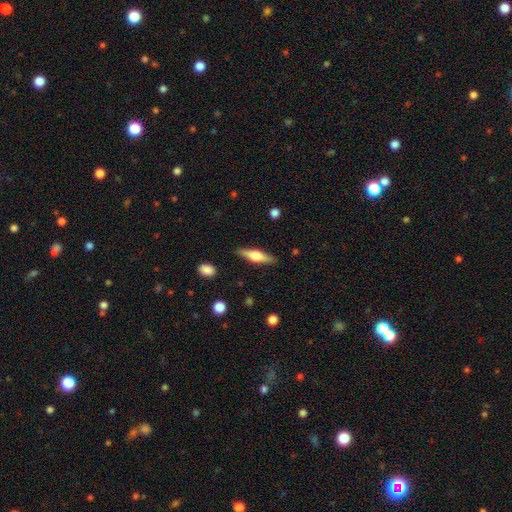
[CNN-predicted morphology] smooth-or-featured: featured or disk: 50% | smooth: 44% | star or artifact: 6%
  merging: none: 88% | minor disturbance: 9% | major disturbance: 2% | merger: 1%